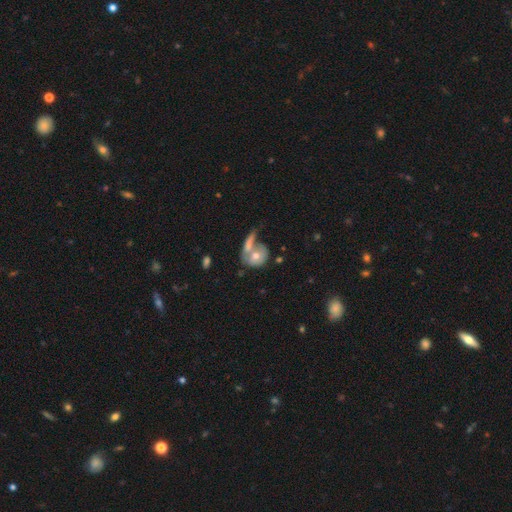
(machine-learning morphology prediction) This appears to be a smooth galaxy with no disk features (57%) that is round (59%). Merging: merger (49%).